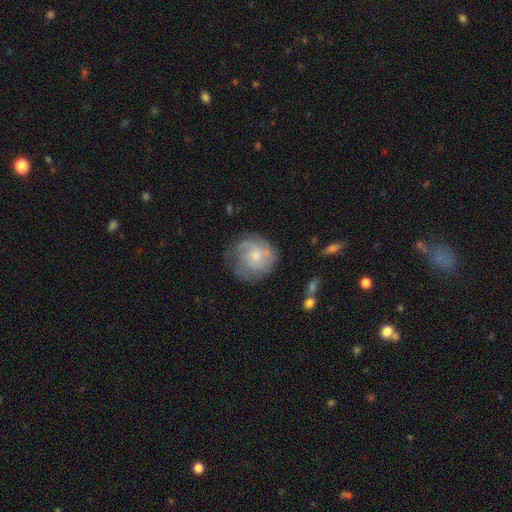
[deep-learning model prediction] Smooth or featured? featured or disk (53%)
Edge-on disk? no (97%)
Bar? no (80%)
Spiral arms? yes (75%)
Bulge size? small (54%)
Merging? none (60%)